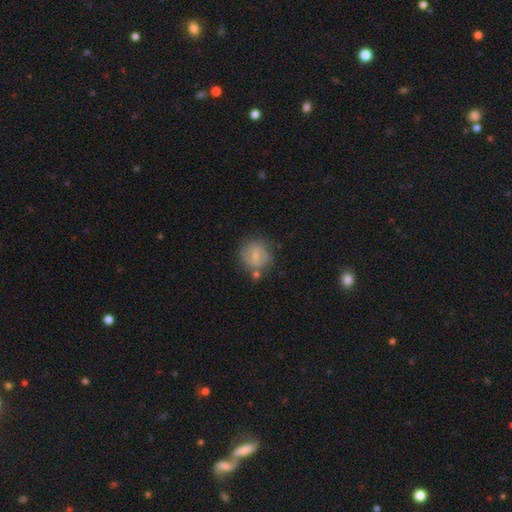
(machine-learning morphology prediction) smooth 57%, featured or disk 35%, star or artifact 8%. Down the decision tree: how rounded — round (85%); merging — none (61%).